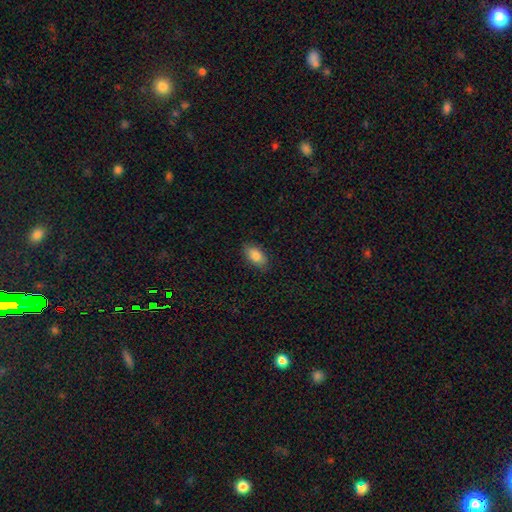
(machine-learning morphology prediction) Smooth or featured?
  - smooth: 84% *
  - featured or disk: 9%
  - star or artifact: 7%
How rounded?
  - in between: 92% *
  - cigar-shaped: 4%
  - round: 4%
Merging?
  - none: 86% *
  - minor disturbance: 11%
  - major disturbance: 2%
  - merger: 1%